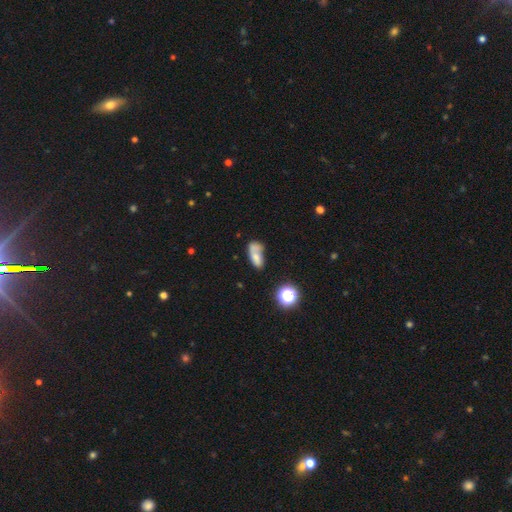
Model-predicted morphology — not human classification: Q: Smooth or featured?
A: smooth (64%); runner-up: featured or disk (23%)
Q: How rounded?
A: in between (81%); runner-up: round (10%)
Q: Merging?
A: merger (31%); tied with: none (31%)